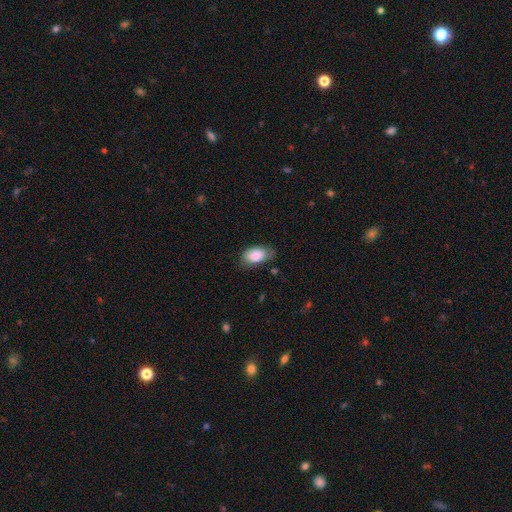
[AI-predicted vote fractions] Overall: smooth (80%). How rounded: in between (92%). Merging: none (66%; minor disturbance 26%).